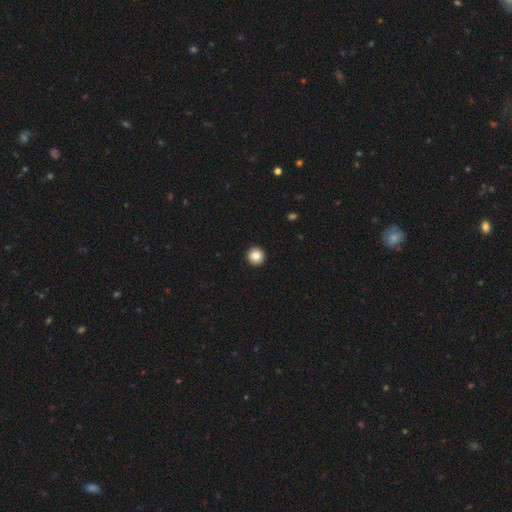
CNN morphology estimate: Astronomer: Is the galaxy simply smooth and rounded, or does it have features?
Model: smooth — 85%.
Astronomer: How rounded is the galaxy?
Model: round — 95%.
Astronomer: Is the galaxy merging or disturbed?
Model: none — 94%.